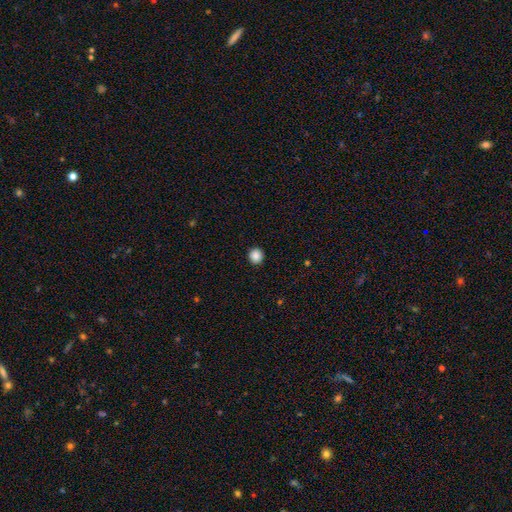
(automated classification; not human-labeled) Smooth or featured? Predicted: smooth (p=0.88). How rounded? Predicted: round (p=0.93). Merging? Predicted: none (p=0.93).